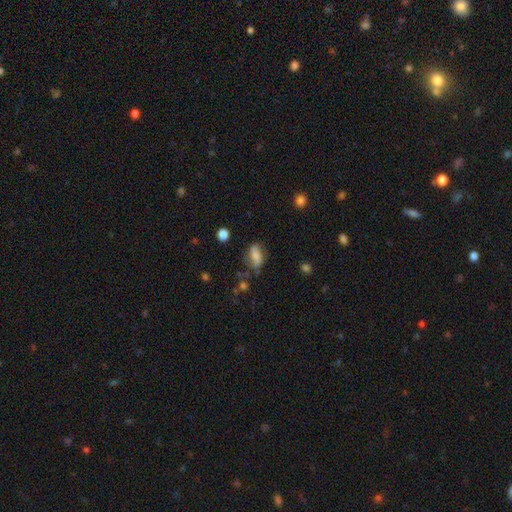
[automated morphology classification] smooth_or_featured: smooth (p=0.68) [alt: featured or disk p=0.23]
how_rounded: in between (p=0.83) [alt: cigar-shaped p=0.09]
merging: none (p=0.65) [alt: minor disturbance p=0.23]